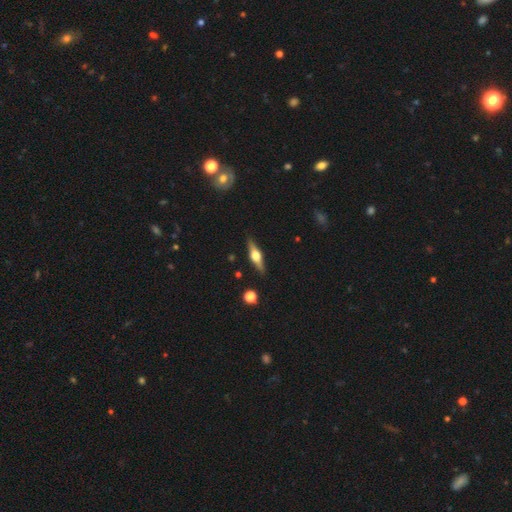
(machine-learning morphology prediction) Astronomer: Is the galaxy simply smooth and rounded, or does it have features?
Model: featured or disk — 73%.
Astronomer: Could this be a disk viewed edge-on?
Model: yes — 97%.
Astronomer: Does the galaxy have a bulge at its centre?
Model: rounded — 94%.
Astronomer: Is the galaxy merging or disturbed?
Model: none — 89%.